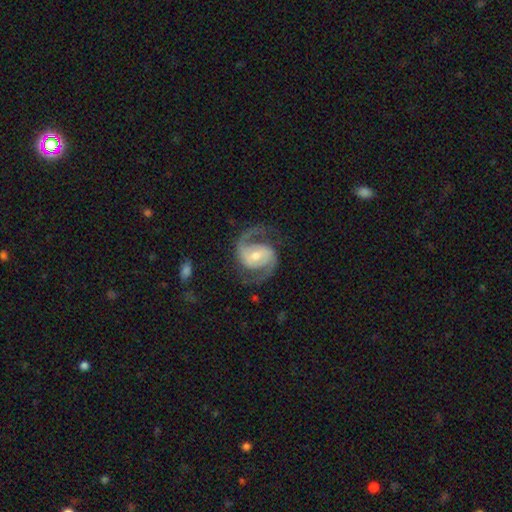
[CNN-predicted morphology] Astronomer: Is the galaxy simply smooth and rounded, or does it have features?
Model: featured or disk — 91%.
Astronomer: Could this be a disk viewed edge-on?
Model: no — 98%.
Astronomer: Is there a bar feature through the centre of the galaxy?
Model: weak — 49% (runner-up: no, 29%).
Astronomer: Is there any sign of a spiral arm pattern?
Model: yes — 98%.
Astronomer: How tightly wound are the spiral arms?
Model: medium — 61%.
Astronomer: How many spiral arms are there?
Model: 2 — 94%.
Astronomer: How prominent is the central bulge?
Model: moderate — 55% (runner-up: small, 36%).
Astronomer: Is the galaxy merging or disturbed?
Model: none — 80%.